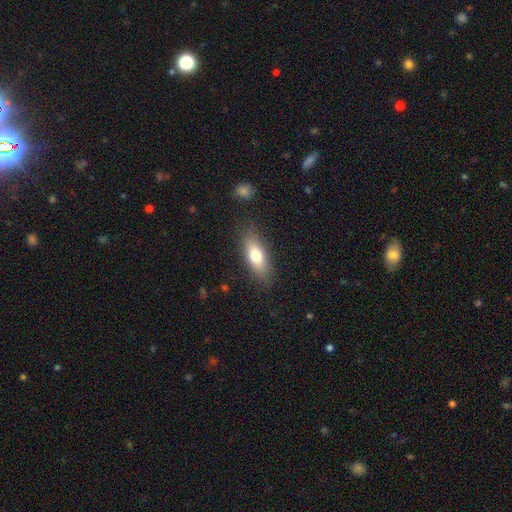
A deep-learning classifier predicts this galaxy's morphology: smooth_or_featured: smooth (p=0.73) [alt: featured or disk p=0.20]
how_rounded: in between (p=0.71) [alt: cigar-shaped p=0.25]
merging: none (p=0.84) [alt: minor disturbance p=0.11]